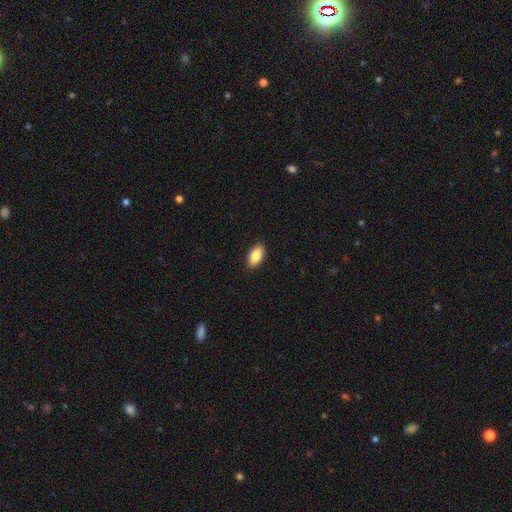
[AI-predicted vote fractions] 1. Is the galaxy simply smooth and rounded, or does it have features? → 85% smooth, 8% featured or disk, 7% star or artifact.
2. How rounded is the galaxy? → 93% in between, 4% cigar-shaped, 3% round.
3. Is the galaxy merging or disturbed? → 89% none, 8% minor disturbance, 2% major disturbance, 1% merger.